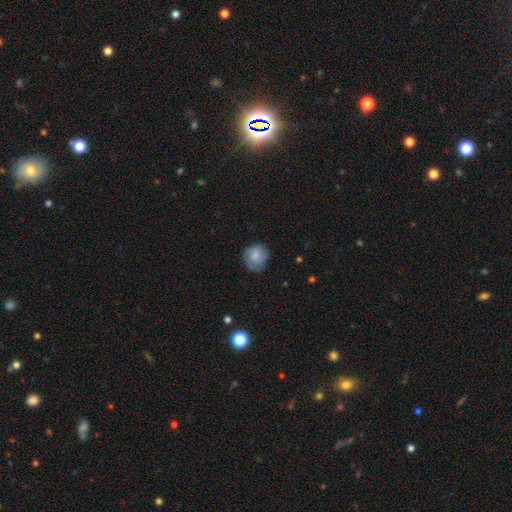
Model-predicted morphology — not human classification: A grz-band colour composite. It shows a smooth galaxy with no disk features (79%) that is round (79%). Merging: none (71%).